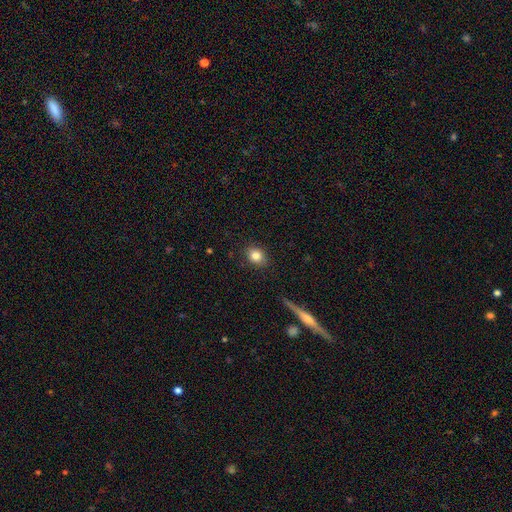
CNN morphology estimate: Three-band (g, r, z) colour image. It shows a smooth galaxy with no disk features (83%) that is round (54%). Merging: none (87%).